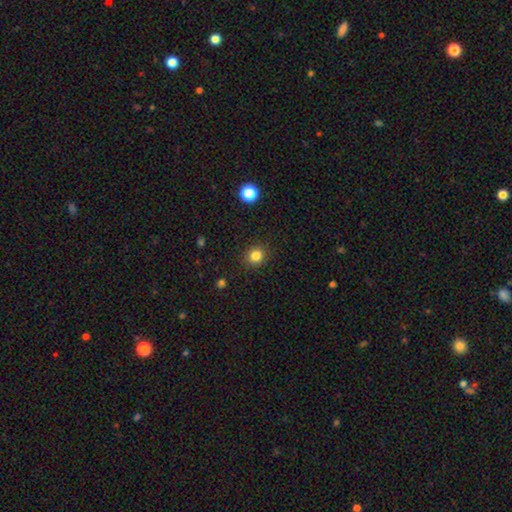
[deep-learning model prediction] smooth_or_featured: smooth (p=0.83) [alt: star or artifact p=0.12]
how_rounded: round (p=0.83) [alt: in between p=0.16]
merging: none (p=0.90) [alt: minor disturbance p=0.07]